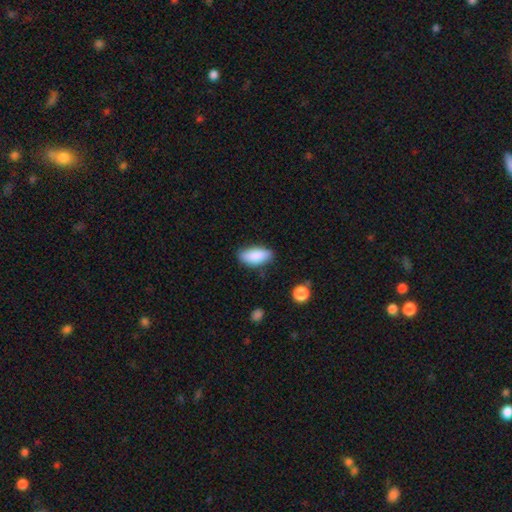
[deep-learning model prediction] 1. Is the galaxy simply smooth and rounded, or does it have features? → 87% smooth, 7% featured or disk, 6% star or artifact.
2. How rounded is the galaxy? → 88% in between, 10% cigar-shaped, 2% round.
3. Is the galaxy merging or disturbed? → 78% none, 16% minor disturbance, 3% major disturbance, 2% merger.